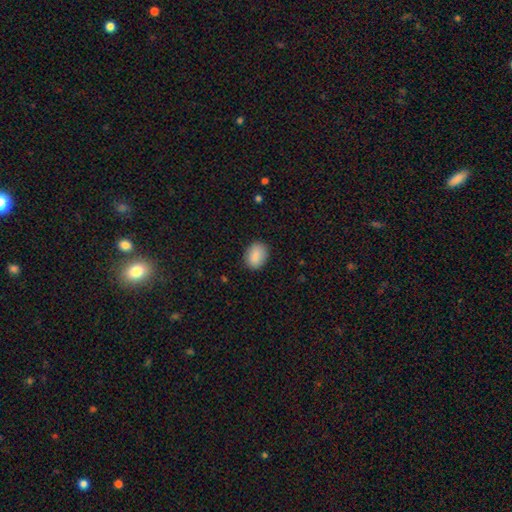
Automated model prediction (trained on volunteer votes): Overall: smooth (89%). How rounded: in between (69%; round 30%). Merging: none (87%).